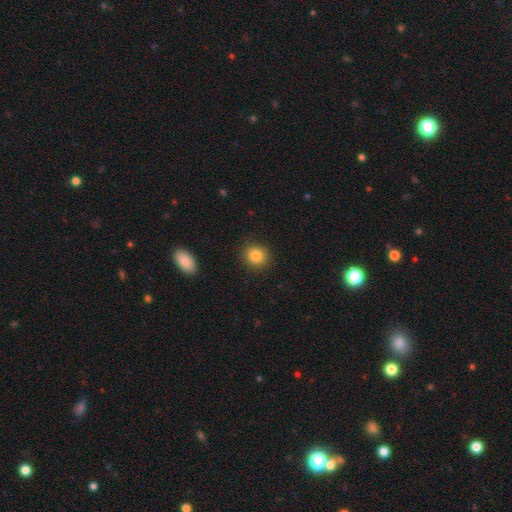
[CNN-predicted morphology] The model was most divided on "how rounded": round: 85%, in between: 14%, cigar-shaped: 1%. More confident: merging — none (88%); smooth or featured — smooth (84%).